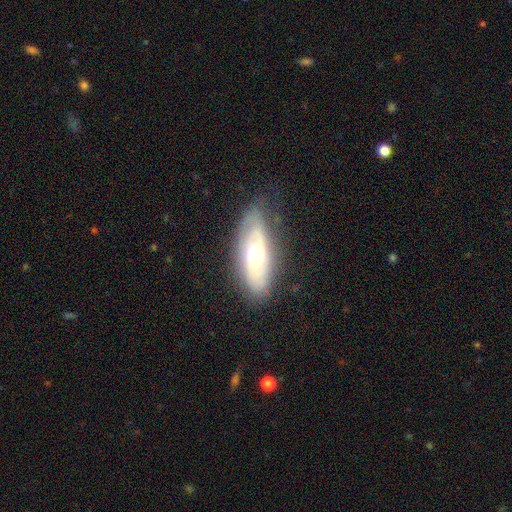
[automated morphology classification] type=featured or disk (56%); edge-on=no (79%); merging=none (72%).